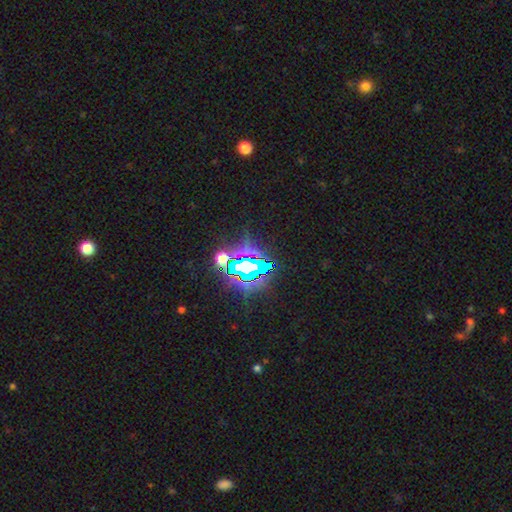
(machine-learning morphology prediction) A star or artifact, not a galaxy (77%).

Vote fractions:
- Smooth or featured? star or artifact: 77% / smooth: 12% / featured or disk: 11%